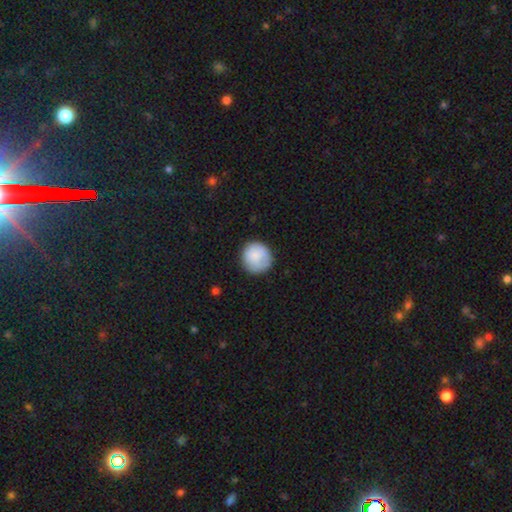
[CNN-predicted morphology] A smooth galaxy with no disk features (84%) that is round (94%).

Vote fractions:
- Smooth or featured? smooth: 84% / featured or disk: 9% / star or artifact: 7%
- How rounded? round: 94% / in between: 5% / cigar-shaped: 1%
- Merging? none: 81% / minor disturbance: 14% / major disturbance: 3% / merger: 1%